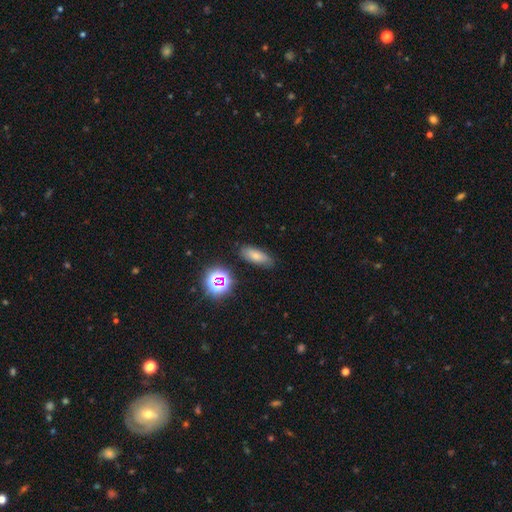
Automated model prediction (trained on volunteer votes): smooth-or-featured: smooth: 70% | star or artifact: 16% | featured or disk: 14%
  how-rounded: in between: 73% | cigar-shaped: 22% | round: 6%
  merging: none: 81% | minor disturbance: 13% | major disturbance: 3% | merger: 2%